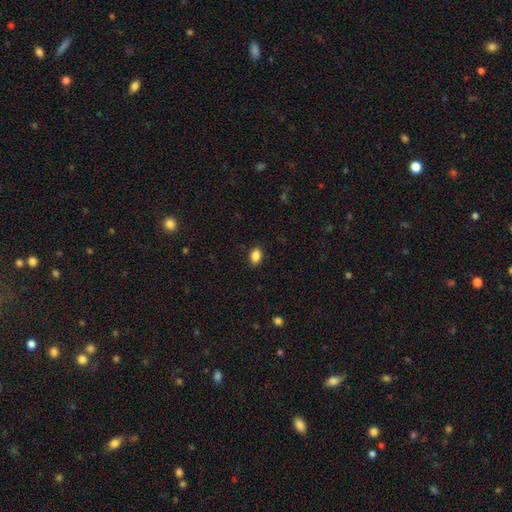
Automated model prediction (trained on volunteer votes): This appears to be a smooth galaxy with no disk features (87%) that is in between round and cigar-shaped (82%). Merging: none (88%).